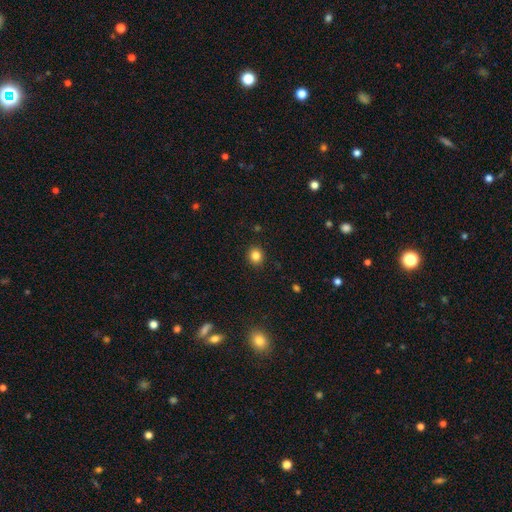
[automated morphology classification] This is clearly a smooth galaxy (83%). How rounded: clearly round (83%). Merging: clearly none (91%).